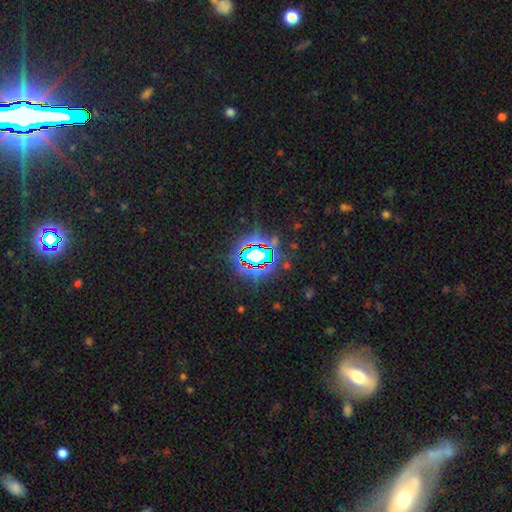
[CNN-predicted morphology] Smooth or featured: star or artifact — 74% (smooth — 15%)